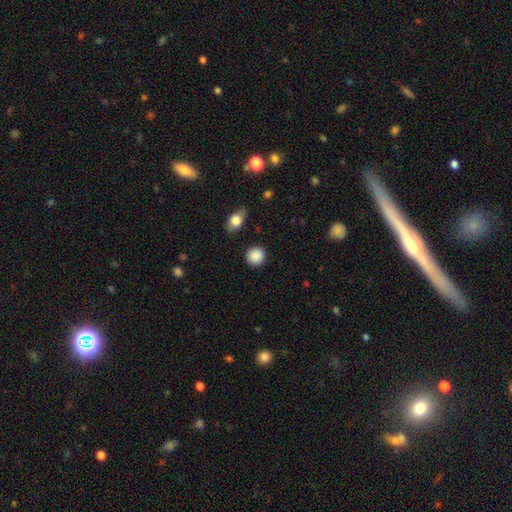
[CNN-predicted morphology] Smooth or featured: smooth — 89% (star or artifact — 8%)
How rounded: round — 92% (in between — 7%)
Merging: none — 89% (minor disturbance — 6%)